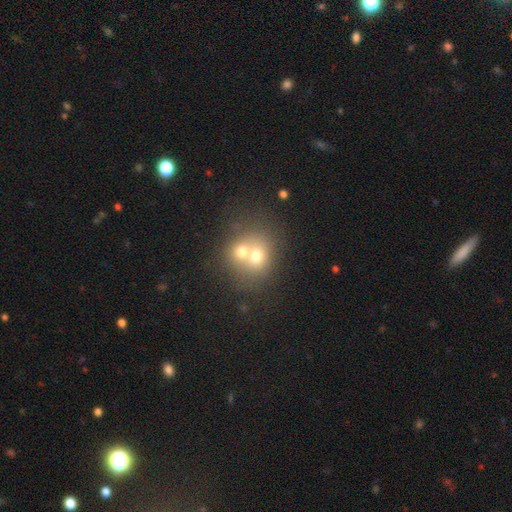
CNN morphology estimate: Overall: smooth (65%). How rounded: round (70%). Merging: merger (67%).